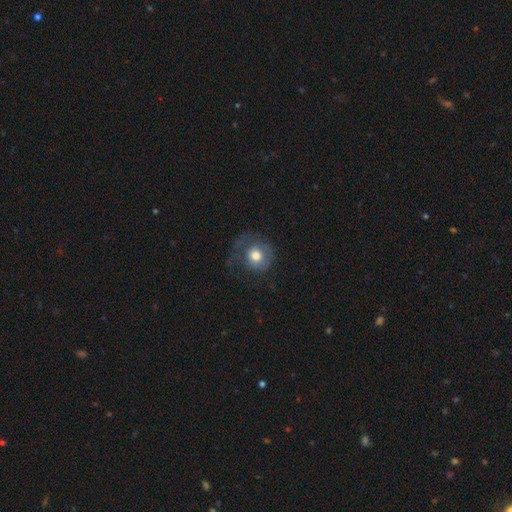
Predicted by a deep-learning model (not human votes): Smooth or featured? Predicted: smooth (p=0.65). How rounded? Predicted: round (p=0.83). Merging? Predicted: none (p=0.40).